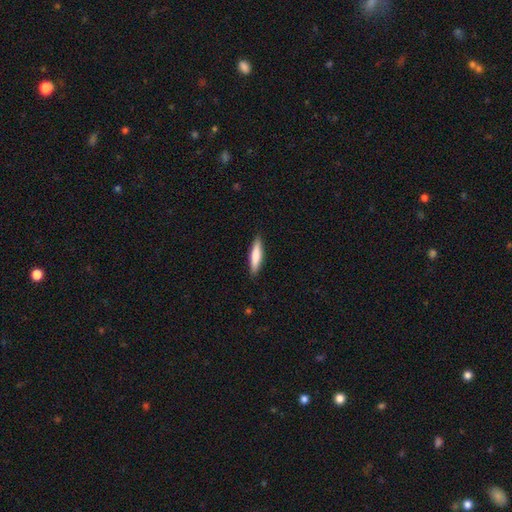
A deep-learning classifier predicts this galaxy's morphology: This appears to be a smooth galaxy with no disk features (75%) that is cigar-shaped (82%). Merging: none (89%).